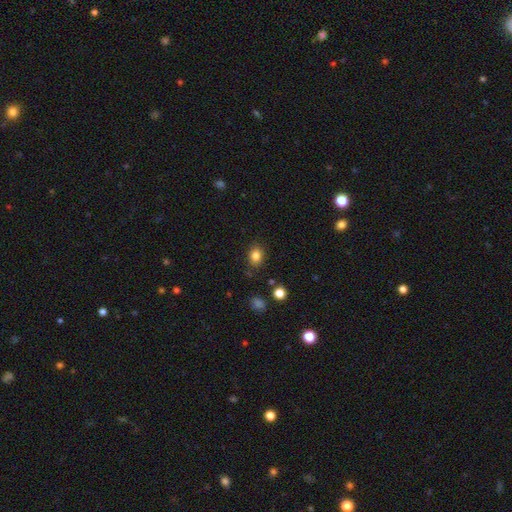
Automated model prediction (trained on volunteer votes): Smooth or featured? smooth (83%)
How rounded? in between (53%)
Merging? none (83%)